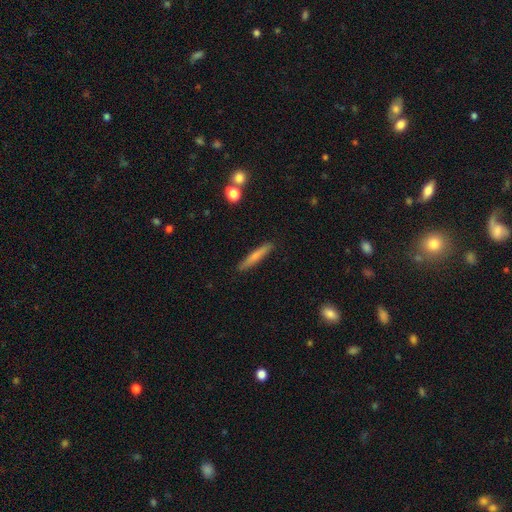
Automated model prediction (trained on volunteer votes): This is likely a smooth galaxy (62%). How rounded: clearly cigar-shaped (93%). Merging: clearly none (89%).